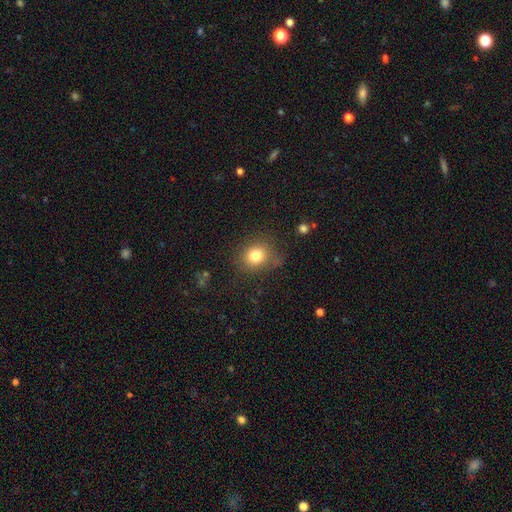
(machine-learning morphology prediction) smooth-or-featured: smooth: 80% | star or artifact: 12% | featured or disk: 9%
  how-rounded: round: 69% | in between: 30% | cigar-shaped: 1%
  merging: none: 73% | minor disturbance: 18% | major disturbance: 7% | merger: 2%